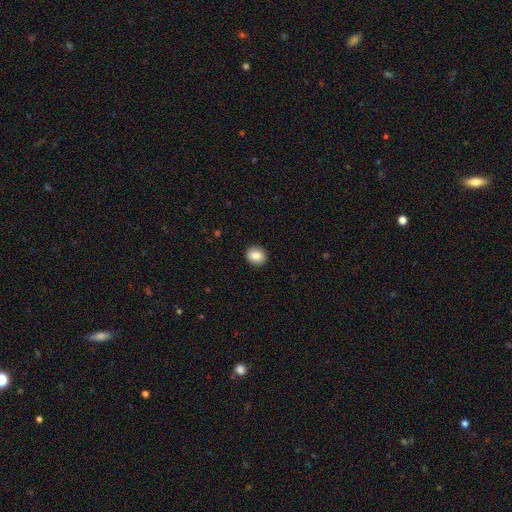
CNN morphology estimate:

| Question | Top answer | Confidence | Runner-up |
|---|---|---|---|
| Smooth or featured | smooth | 86% | star or artifact (8%) |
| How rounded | round | 70% | in between (29%) |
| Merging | none | 91% | minor disturbance (6%) |